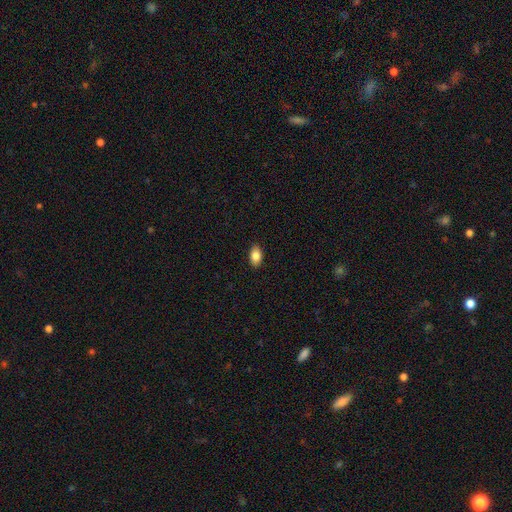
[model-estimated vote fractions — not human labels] This is clearly a smooth galaxy (86%). How rounded: clearly in between (92%). Merging: clearly none (89%).